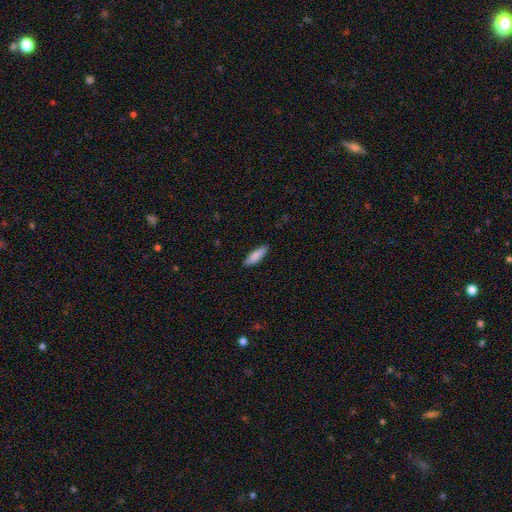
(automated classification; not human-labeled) Smooth or featured? Predicted: smooth (p=0.87). How rounded? Predicted: cigar-shaped (p=0.51). Merging? Predicted: none (p=0.88).